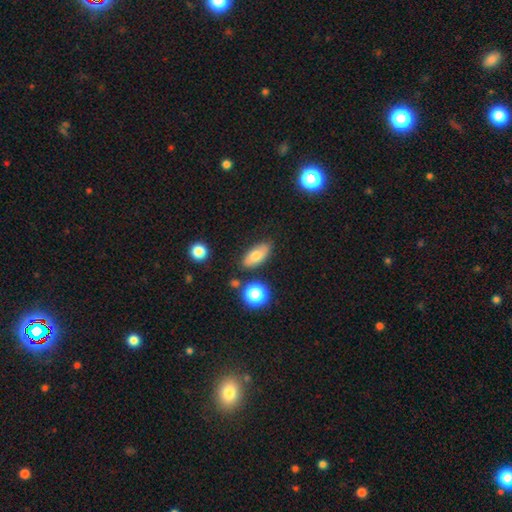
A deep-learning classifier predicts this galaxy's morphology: This appears to be a smooth galaxy with no disk features (73%) that is in between round and cigar-shaped (85%). Merging: none (81%).